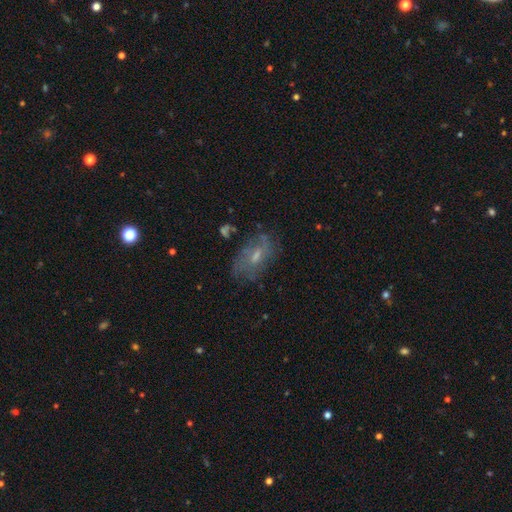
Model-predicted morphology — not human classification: A featured or disk galaxy (52%).

Vote fractions:
- Smooth or featured? featured or disk: 52% / smooth: 37% / star or artifact: 11%
- Edge-on disk? no: 92% / yes: 8%
- Merging? none: 60% / minor disturbance: 23% / major disturbance: 14% / merger: 3%